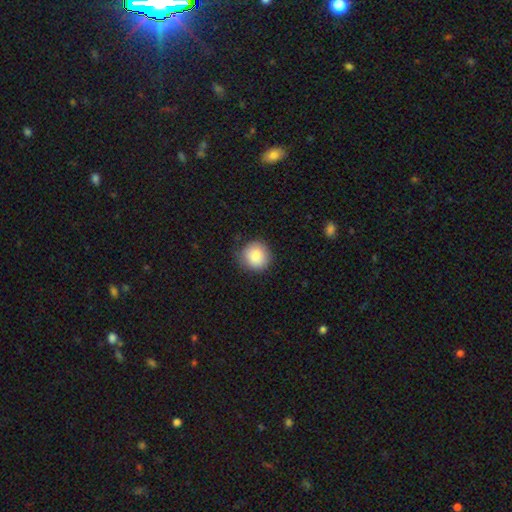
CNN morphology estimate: Smooth or featured: smooth — 86% (star or artifact — 8%)
How rounded: round — 90% (in between — 9%)
Merging: none — 75% (minor disturbance — 19%)